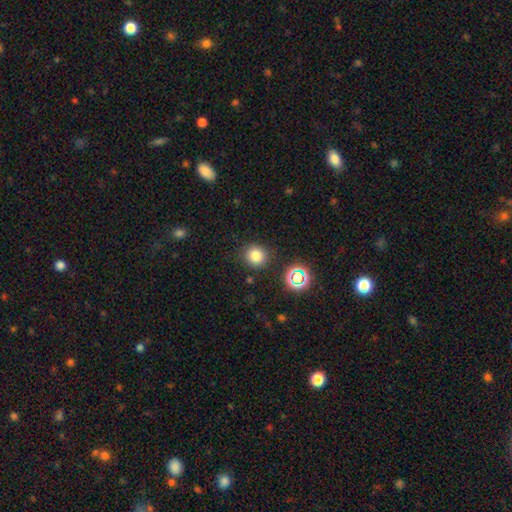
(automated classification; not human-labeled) Smooth or featured?
  - smooth: 78% *
  - star or artifact: 16%
  - featured or disk: 6%
How rounded?
  - round: 91% *
  - in between: 8%
  - cigar-shaped: 1%
Merging?
  - none: 85% *
  - minor disturbance: 9%
  - major disturbance: 3%
  - merger: 3%